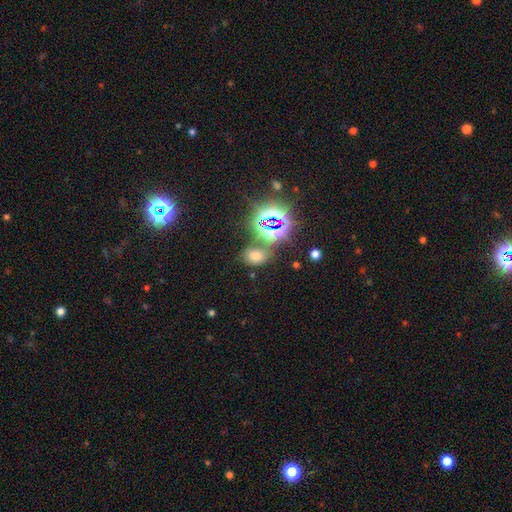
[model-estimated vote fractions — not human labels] The model was most divided on "smooth or featured": smooth: 54%, star or artifact: 38%, featured or disk: 8%. More confident: how rounded — in between (75%); merging — none (68%).